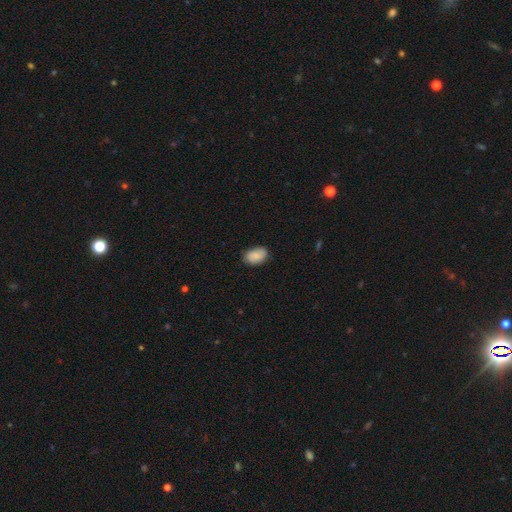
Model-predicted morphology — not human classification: smooth-or-featured: smooth: 86% | featured or disk: 7% | star or artifact: 7%
  how-rounded: in between: 87% | round: 12% | cigar-shaped: 1%
  merging: none: 80% | minor disturbance: 17% | major disturbance: 3% | merger: 1%